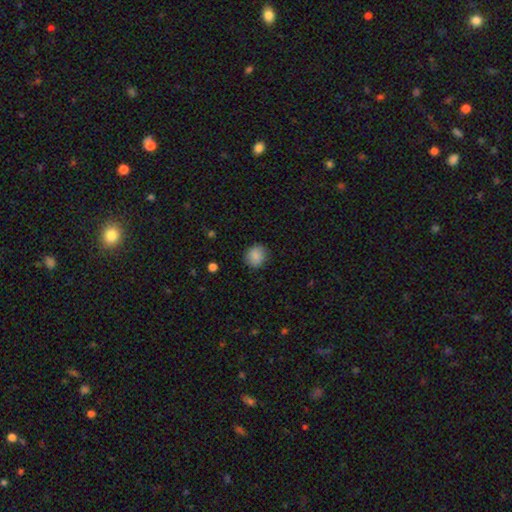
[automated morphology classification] smooth 88%, star or artifact 8%, featured or disk 4%. Down the decision tree: how rounded — round (81%); merging — none (87%).